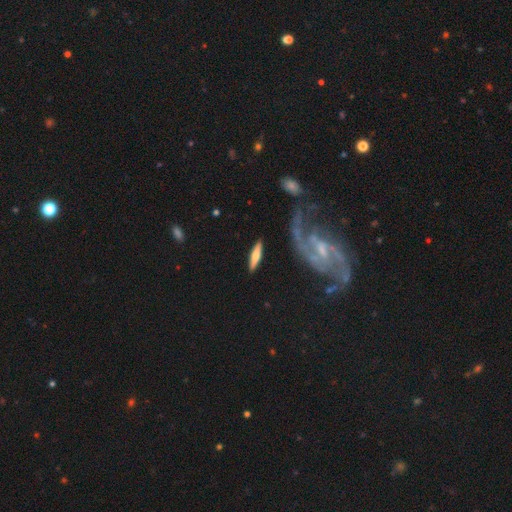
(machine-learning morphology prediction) This is possibly a smooth galaxy (51%). How rounded: likely cigar-shaped (78%). Merging: clearly none (83%).